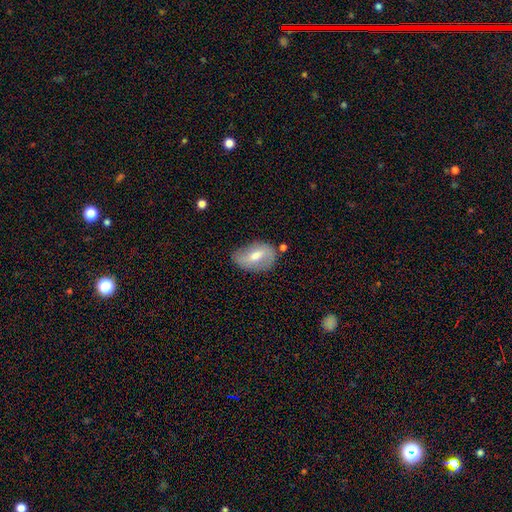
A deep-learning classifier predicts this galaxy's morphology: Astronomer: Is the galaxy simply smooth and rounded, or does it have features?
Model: smooth — 51% (runner-up: featured or disk, 42%).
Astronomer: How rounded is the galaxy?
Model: in between — 86%.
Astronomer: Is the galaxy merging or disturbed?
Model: none — 61%.